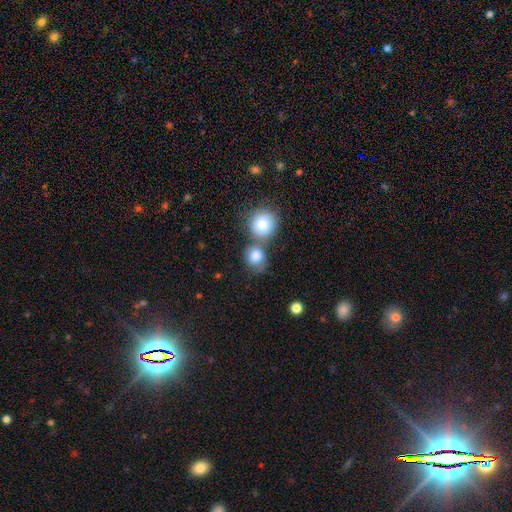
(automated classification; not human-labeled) Smooth or featured? smooth (82%)
How rounded? round (77%)
Merging? none (46%)